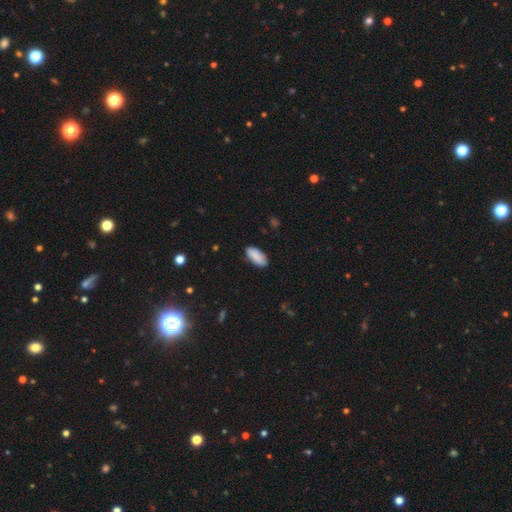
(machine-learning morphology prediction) Smooth or featured? Predicted: smooth (p=0.88). How rounded? Predicted: in between (p=0.89). Merging? Predicted: none (p=0.81).